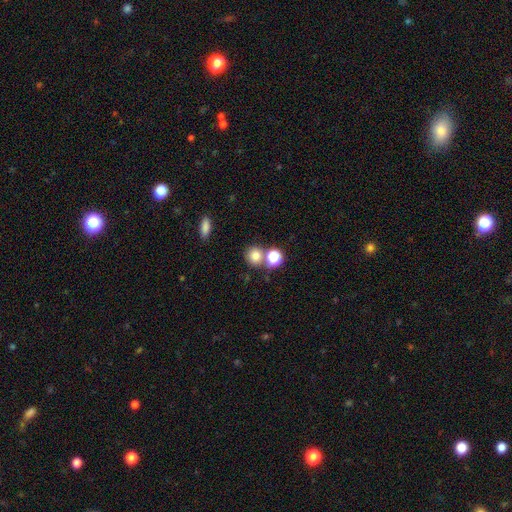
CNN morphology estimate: type=smooth (78%); roundness=round (82%); merging=none (59%).